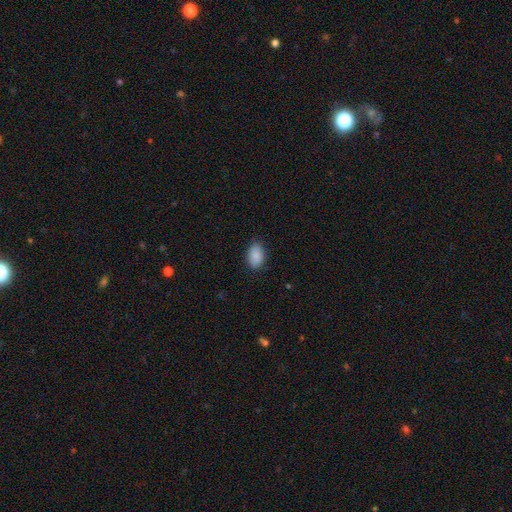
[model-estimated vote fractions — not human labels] A smooth galaxy with no disk features (90%) that is in between round and cigar-shaped (90%).

Vote fractions:
- Smooth or featured? smooth: 90% / star or artifact: 7% / featured or disk: 3%
- How rounded? in between: 90% / round: 8% / cigar-shaped: 1%
- Merging? none: 83% / minor disturbance: 14% / major disturbance: 3% / merger: 1%